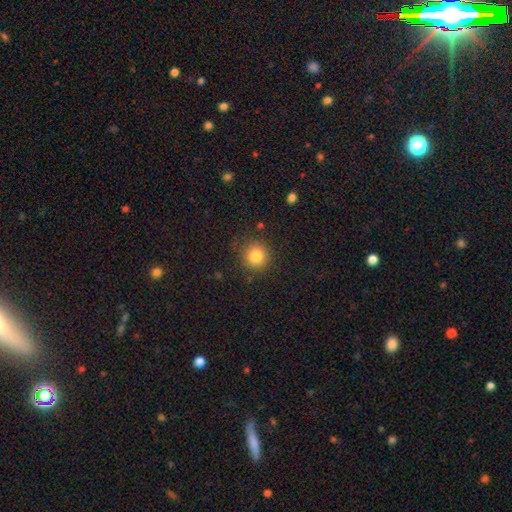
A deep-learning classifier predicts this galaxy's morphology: Smooth or featured? Predicted: smooth (p=0.83). How rounded? Predicted: round (p=0.92). Merging? Predicted: none (p=0.85).